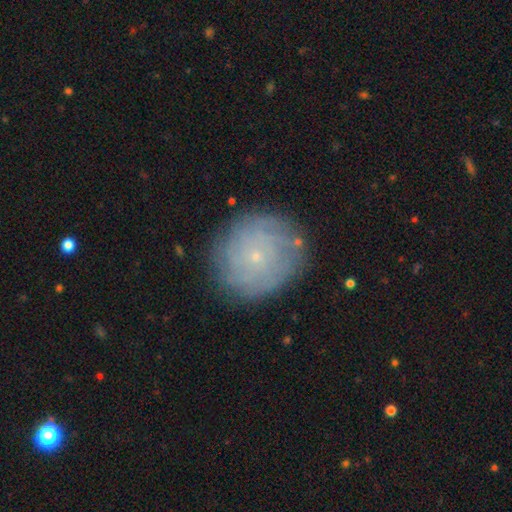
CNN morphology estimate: smooth-or-featured: featured or disk: 58% | smooth: 32% | star or artifact: 10%
  disk-edge-on: no: 97% | yes: 3%
    bar: no: 87% | weak: 11% | strong: 2%
    has-spiral-arms: yes: 80% | no: 20%
    bulge-size: small: 89% | moderate: 7% | none: 2% | large: 1% | dominant: 1%
  merging: none: 83% | minor disturbance: 12% | major disturbance: 4% | merger: 1%